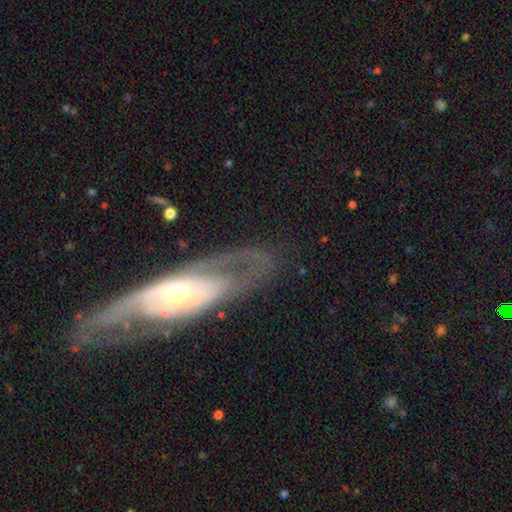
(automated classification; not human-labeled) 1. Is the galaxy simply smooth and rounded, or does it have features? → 79% featured or disk, 13% smooth, 7% star or artifact.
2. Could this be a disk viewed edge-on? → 78% no, 22% yes.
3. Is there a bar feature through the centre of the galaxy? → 69% no, 20% weak, 10% strong.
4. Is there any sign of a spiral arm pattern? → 73% yes, 27% no.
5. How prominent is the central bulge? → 64% small, 29% moderate, 4% large, 2% none, 2% dominant.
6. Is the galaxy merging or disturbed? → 75% none, 14% minor disturbance, 9% major disturbance, 2% merger.